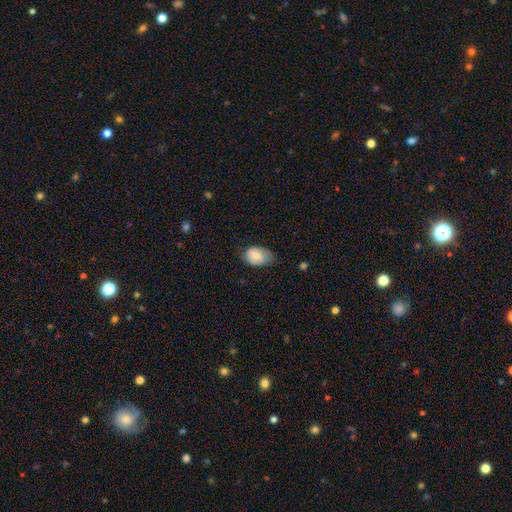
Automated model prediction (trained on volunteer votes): smooth_or_featured: smooth (p=0.76) [alt: featured or disk p=0.17]
how_rounded: in between (p=0.88) [alt: round p=0.11]
merging: none (p=0.58) [alt: minor disturbance p=0.33]